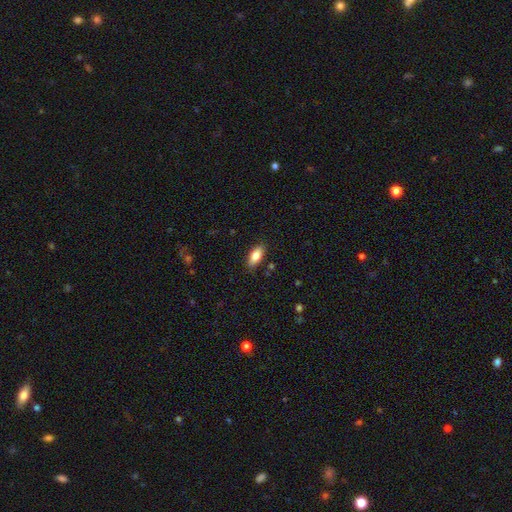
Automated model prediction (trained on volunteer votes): smooth 81%, featured or disk 12%, star or artifact 7%. Down the decision tree: how rounded — in between (86%); merging — none (87%).